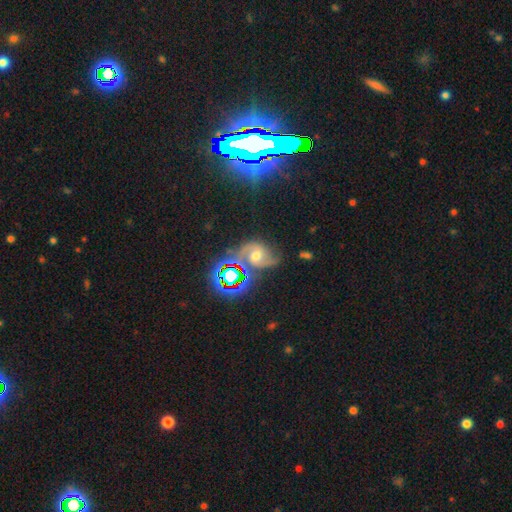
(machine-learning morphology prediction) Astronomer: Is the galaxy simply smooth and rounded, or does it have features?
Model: featured or disk — 62%.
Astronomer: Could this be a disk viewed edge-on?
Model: no — 97%.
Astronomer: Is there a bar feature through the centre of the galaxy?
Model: no — 61%.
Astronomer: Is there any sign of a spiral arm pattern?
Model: yes — 92%.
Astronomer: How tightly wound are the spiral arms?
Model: medium — 46% (runner-up: loose, 38%).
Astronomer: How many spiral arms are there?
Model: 2 — 83%.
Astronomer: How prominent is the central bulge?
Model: moderate — 68%.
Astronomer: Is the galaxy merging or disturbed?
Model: none — 49%.